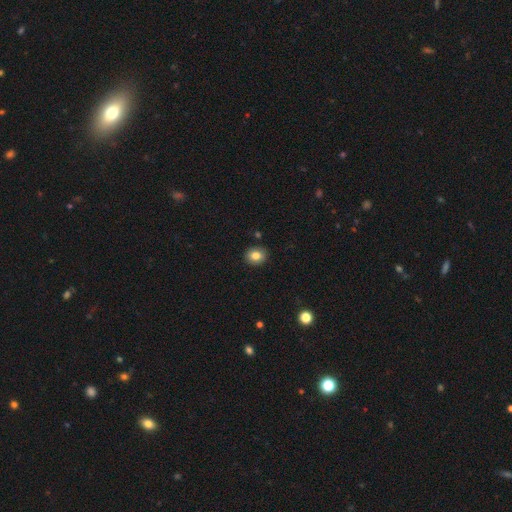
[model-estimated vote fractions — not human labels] A smooth galaxy with no disk features (83%) that is round (68%).

Vote fractions:
- Smooth or featured? smooth: 83% / star or artifact: 10% / featured or disk: 8%
- How rounded? round: 68% / in between: 31% / cigar-shaped: 1%
- Merging? none: 89% / minor disturbance: 8% / major disturbance: 2% / merger: 2%